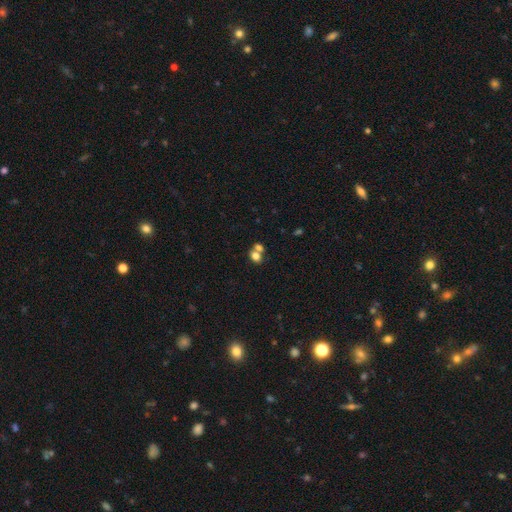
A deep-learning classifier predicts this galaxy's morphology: Smooth or featured? Predicted: smooth (p=0.76). How rounded? Predicted: in between (p=0.61). Merging? Predicted: merger (p=0.50).